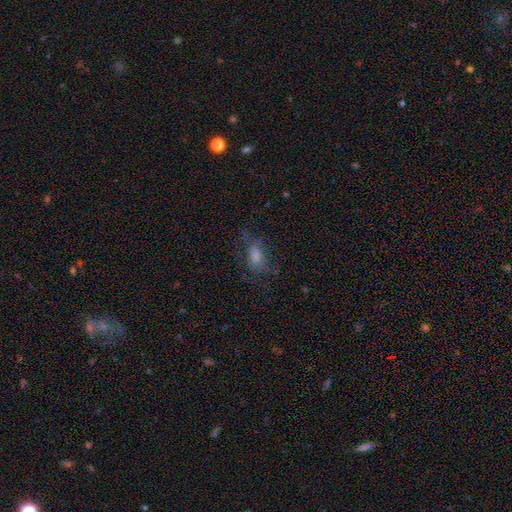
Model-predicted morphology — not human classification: This is possibly a smooth galaxy (52%). How rounded: likely in between (79%). Merging: possibly none (58%).